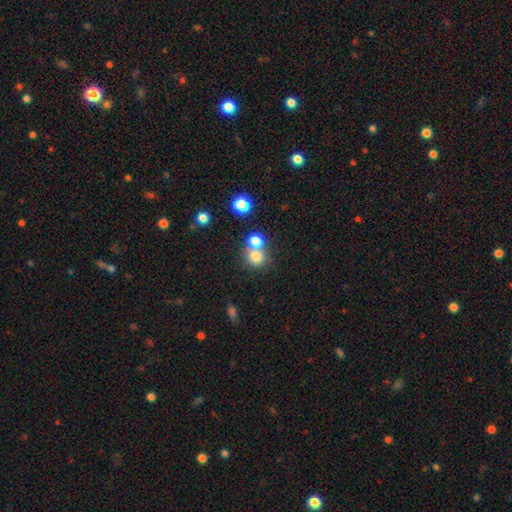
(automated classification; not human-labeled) This is likely a smooth galaxy (76%). How rounded: clearly round (86%). Merging: possibly none (49%).